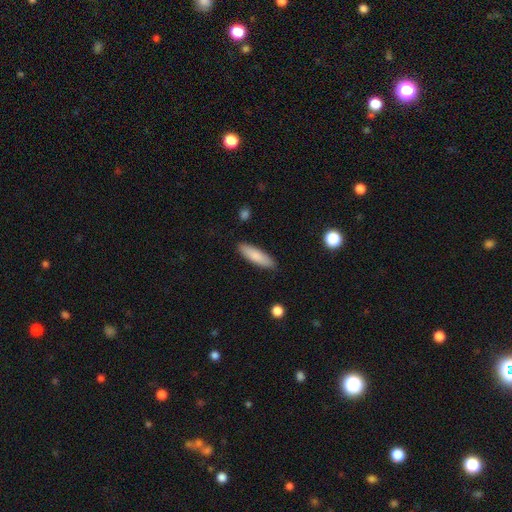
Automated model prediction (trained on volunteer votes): Smooth or featured? Predicted: smooth (p=0.84). How rounded? Predicted: cigar-shaped (p=0.59). Merging? Predicted: none (p=0.88).